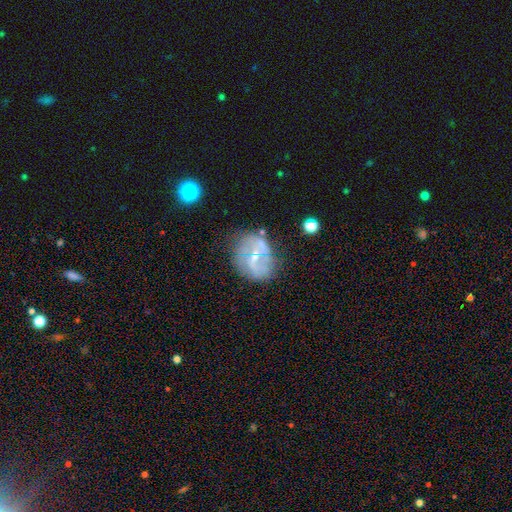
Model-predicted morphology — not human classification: smooth_or_featured: featured or disk (p=0.69) [alt: smooth p=0.22]
disk_edge_on: no (p=0.97) [alt: yes p=0.03]
bar: weak (p=0.50) [alt: no p=0.29]
has_spiral_arms: yes (p=0.71) [alt: no p=0.29]
bulge_size: small (p=0.62) [alt: moderate p=0.31]
merging: none (p=0.58) [alt: minor disturbance p=0.24]